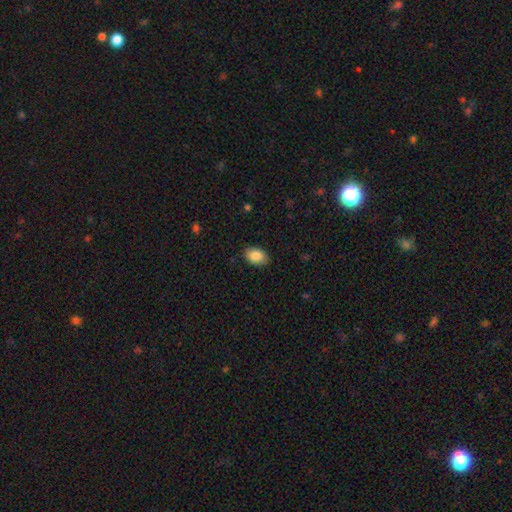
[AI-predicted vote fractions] Q: Smooth or featured?
A: smooth (87%); runner-up: star or artifact (7%)
Q: How rounded?
A: in between (87%); runner-up: round (12%)
Q: Merging?
A: none (86%); runner-up: minor disturbance (10%)